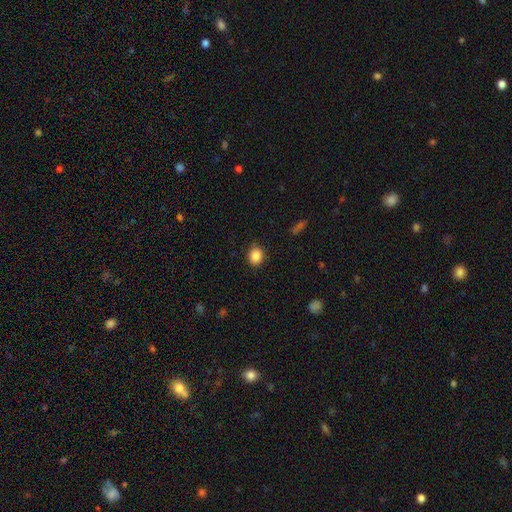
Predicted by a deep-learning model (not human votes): Smooth or featured?
  - smooth: 88% *
  - star or artifact: 9%
  - featured or disk: 3%
How rounded?
  - round: 66% *
  - in between: 33%
  - cigar-shaped: 1%
Merging?
  - none: 83% *
  - minor disturbance: 12%
  - major disturbance: 3%
  - merger: 1%